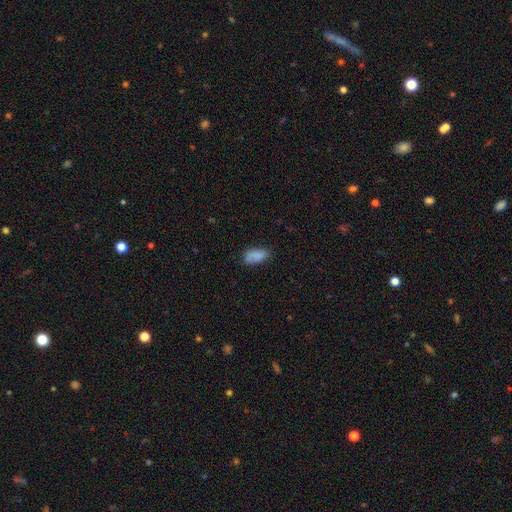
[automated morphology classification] Smooth or featured?
  - smooth: 85% *
  - star or artifact: 8%
  - featured or disk: 7%
How rounded?
  - in between: 92% *
  - cigar-shaped: 5%
  - round: 3%
Merging?
  - none: 70% *
  - minor disturbance: 23%
  - major disturbance: 5%
  - merger: 2%